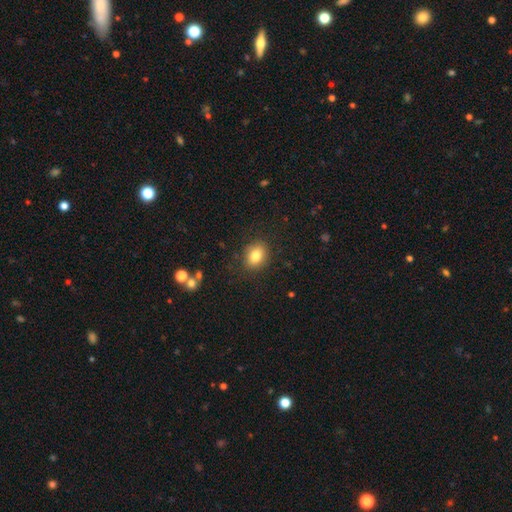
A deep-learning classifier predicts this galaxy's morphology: A smooth galaxy with no disk features (82%) that is in between round and cigar-shaped (61%).

Vote fractions:
- Smooth or featured? smooth: 82% / star or artifact: 10% / featured or disk: 8%
- How rounded? in between: 61% / round: 38% / cigar-shaped: 1%
- Merging? none: 85% / minor disturbance: 10% / major disturbance: 3% / merger: 1%